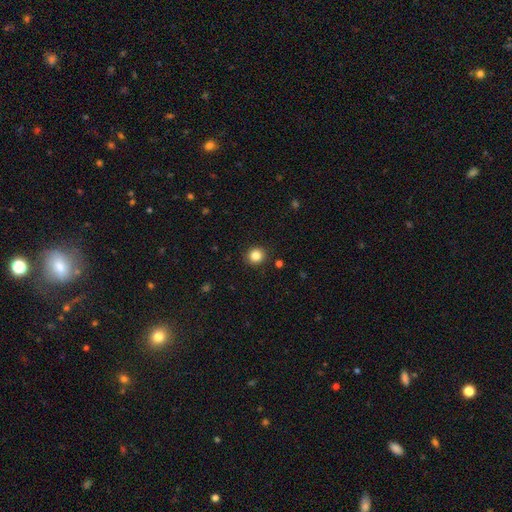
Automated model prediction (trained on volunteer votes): A smooth galaxy with no disk features (84%) that is round (88%). Merging: none (91%).